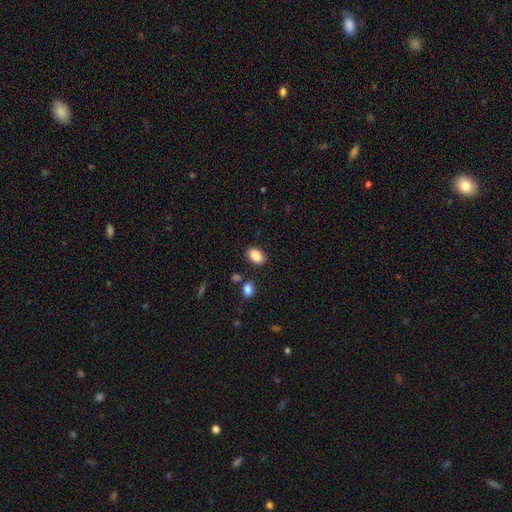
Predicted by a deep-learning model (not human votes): smooth_or_featured: smooth (p=0.88) [alt: star or artifact p=0.08]
how_rounded: in between (p=0.85) [alt: round p=0.13]
merging: none (p=0.83) [alt: minor disturbance p=0.11]